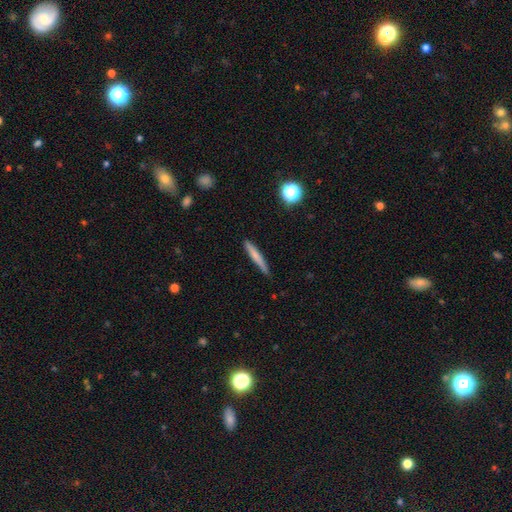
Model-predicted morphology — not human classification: This is likely a smooth galaxy (66%). How rounded: clearly cigar-shaped (94%). Merging: clearly none (83%).